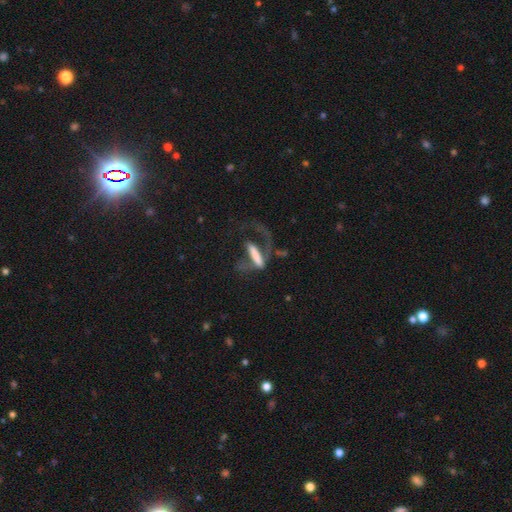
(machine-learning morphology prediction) This appears to be a featured or disk galaxy (46%). Merging: major disturbance (58%).